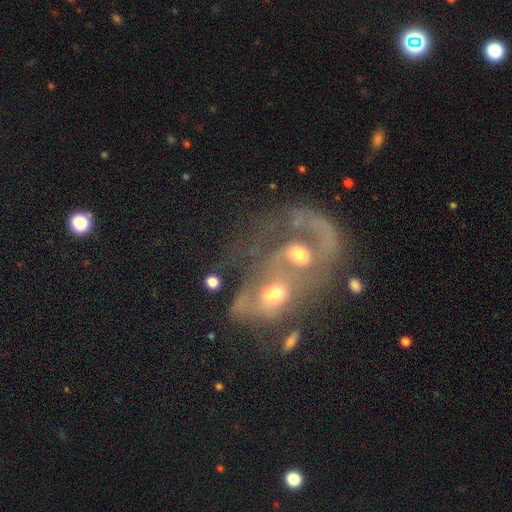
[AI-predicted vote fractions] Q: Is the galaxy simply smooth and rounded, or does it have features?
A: featured or disk — 70%.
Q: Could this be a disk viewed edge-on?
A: no — 97%.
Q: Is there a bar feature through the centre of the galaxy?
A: no — 72%.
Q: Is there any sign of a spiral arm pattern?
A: yes — 60%.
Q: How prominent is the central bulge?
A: moderate — 57%.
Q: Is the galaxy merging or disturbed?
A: merger — 63%.